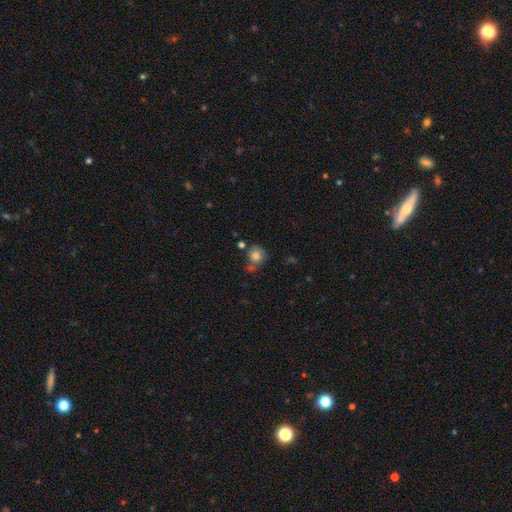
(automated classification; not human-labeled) Smooth or featured? smooth (80%)
How rounded? round (81%)
Merging? none (58%)